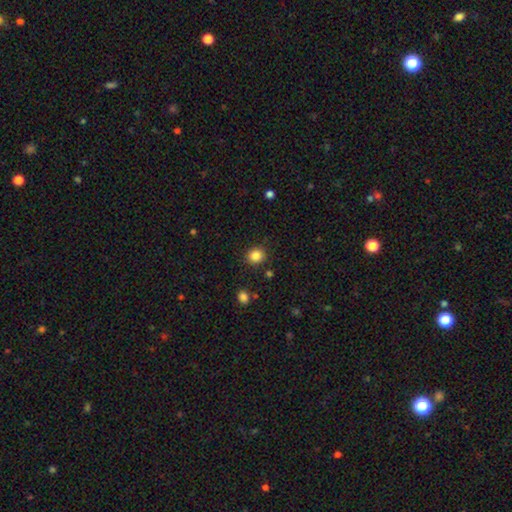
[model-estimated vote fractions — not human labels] This appears to be a smooth galaxy with no disk features (85%) that is round (85%). Merging: none (88%).